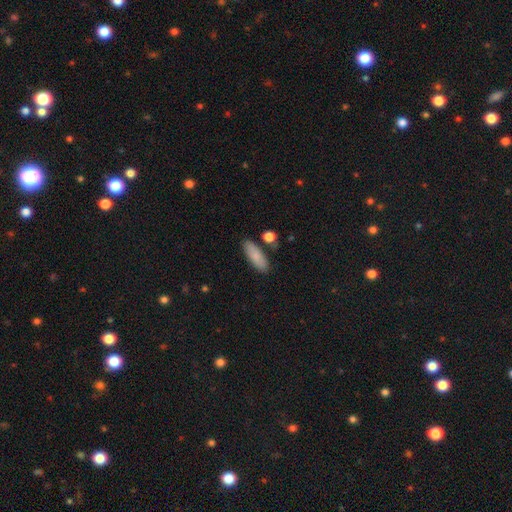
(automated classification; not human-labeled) Q: Smooth or featured?
A: smooth (85%); runner-up: featured or disk (9%)
Q: How rounded?
A: in between (70%); runner-up: cigar-shaped (28%)
Q: Merging?
A: none (79%); runner-up: minor disturbance (13%)